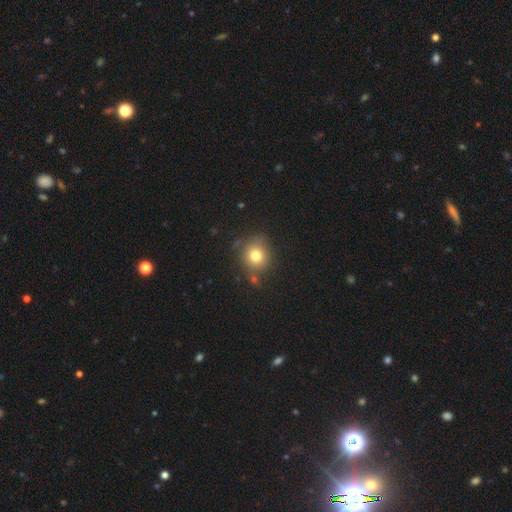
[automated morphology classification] Smooth or featured?
  - smooth: 78% *
  - star or artifact: 12%
  - featured or disk: 10%
How rounded?
  - round: 84% *
  - in between: 15%
  - cigar-shaped: 1%
Merging?
  - none: 75% *
  - minor disturbance: 14%
  - merger: 7%
  - major disturbance: 4%